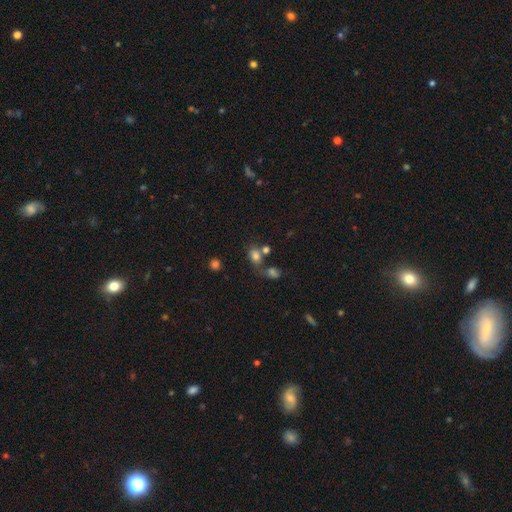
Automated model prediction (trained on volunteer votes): This appears to be a smooth galaxy with no disk features (75%) that is in between round and cigar-shaped (61%). Merging: none (42%).